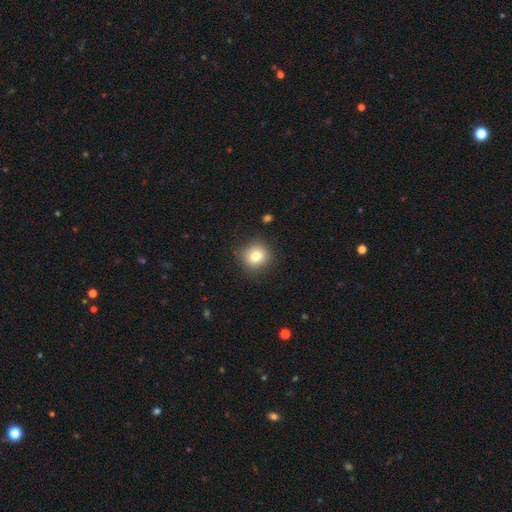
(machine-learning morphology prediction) smooth_or_featured: smooth (p=0.78) [alt: star or artifact p=0.11]
how_rounded: round (p=0.86) [alt: in between p=0.13]
merging: none (p=0.85) [alt: minor disturbance p=0.10]